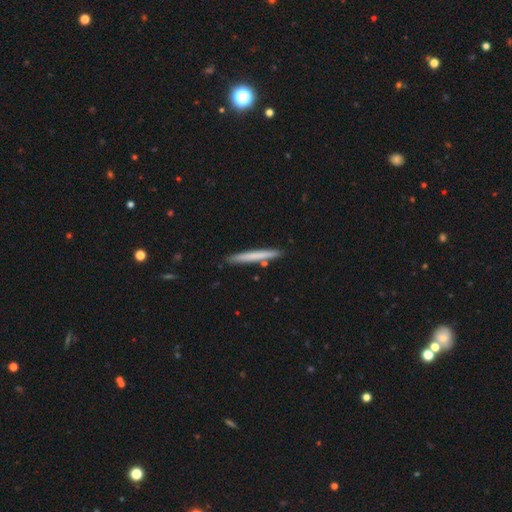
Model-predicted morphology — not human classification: This appears to be a smooth galaxy with no disk features (68%) that is cigar-shaped (97%). Merging: none (88%).